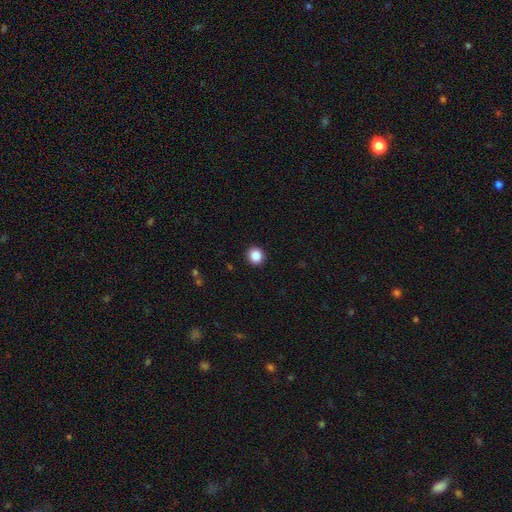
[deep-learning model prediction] Smooth or featured?
  - smooth: 88% *
  - star or artifact: 9%
  - featured or disk: 2%
How rounded?
  - round: 88% *
  - in between: 11%
  - cigar-shaped: 1%
Merging?
  - none: 92% *
  - minor disturbance: 5%
  - major disturbance: 2%
  - merger: 1%